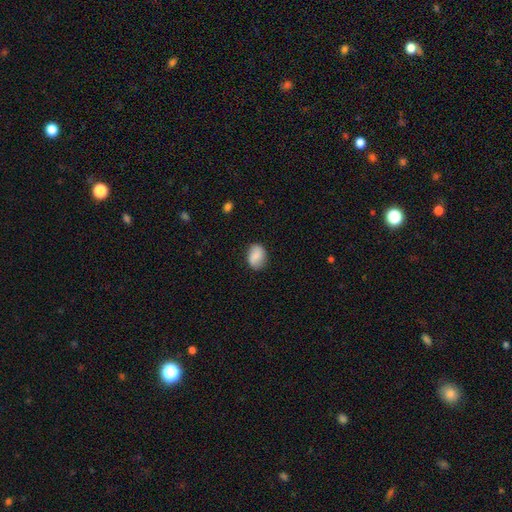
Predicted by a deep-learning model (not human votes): smooth 80%, featured or disk 12%, star or artifact 8%. Down the decision tree: how rounded — in between (69%); merging — none (76%).